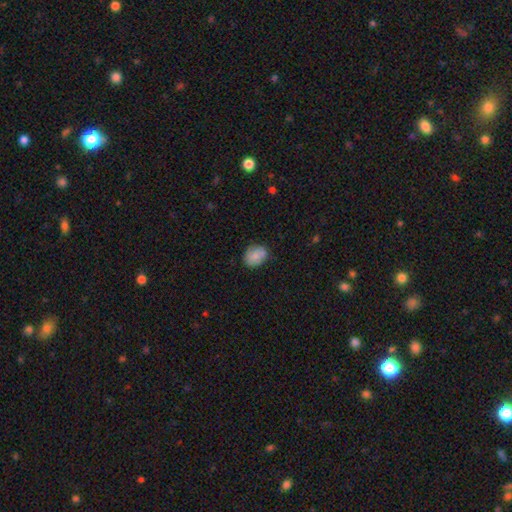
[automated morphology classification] smooth_or_featured: smooth (p=0.81) [alt: featured or disk p=0.11]
how_rounded: in between (p=0.58) [alt: round p=0.41]
merging: none (p=0.71) [alt: minor disturbance p=0.22]